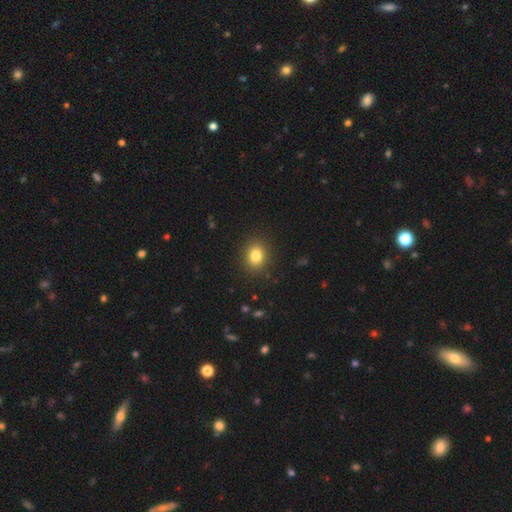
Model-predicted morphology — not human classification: Q: Smooth or featured?
A: smooth (82%); runner-up: star or artifact (11%)
Q: How rounded?
A: round (65%); runner-up: in between (35%)
Q: Merging?
A: none (89%); runner-up: minor disturbance (7%)